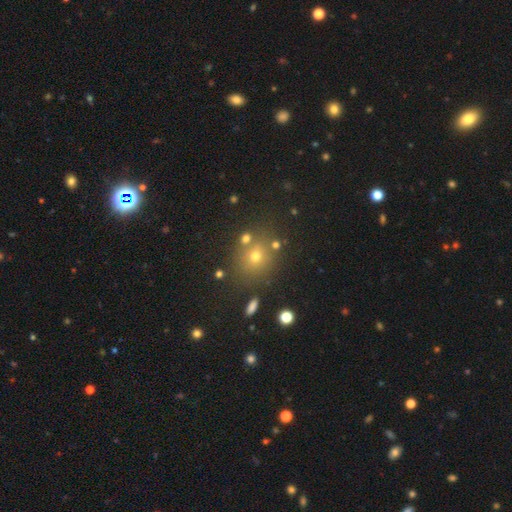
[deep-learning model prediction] Overall: smooth (57%; star or artifact 32%). How rounded: round (83%). Merging: none (75%).